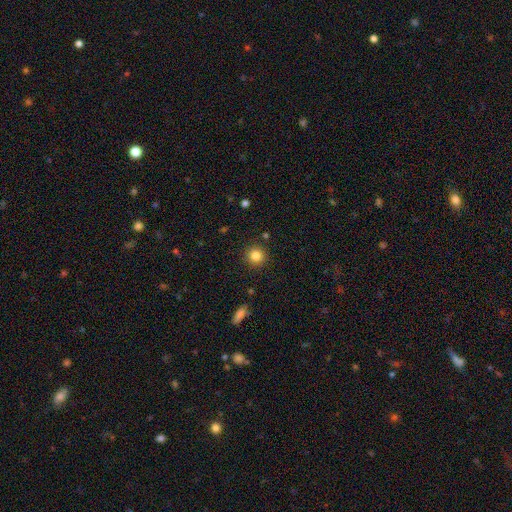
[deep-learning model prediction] Smooth or featured: smooth — 83% (star or artifact — 11%)
How rounded: round — 93% (in between — 6%)
Merging: none — 90% (minor disturbance — 6%)